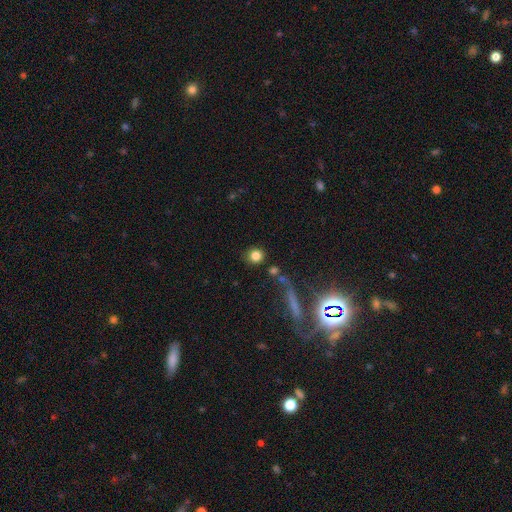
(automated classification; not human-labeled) Smooth or featured? smooth (82%)
How rounded? round (89%)
Merging? none (80%)